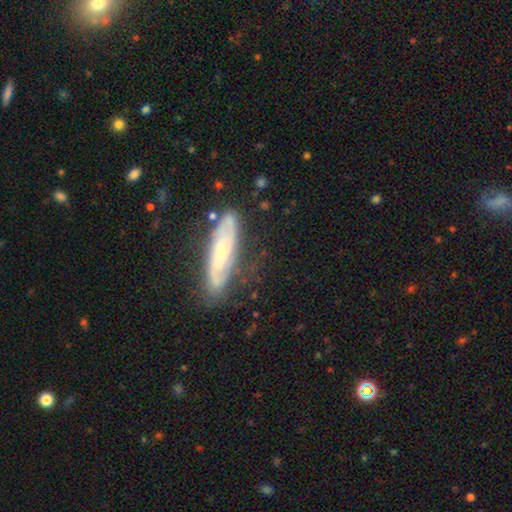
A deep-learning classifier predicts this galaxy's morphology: smooth-or-featured: featured or disk: 60% | smooth: 30% | star or artifact: 10%
  disk-edge-on: no: 53% | yes: 47%
  merging: none: 73% | minor disturbance: 19% | major disturbance: 6% | merger: 2%